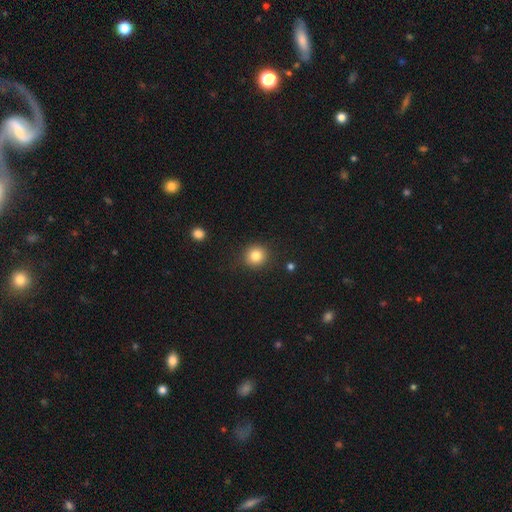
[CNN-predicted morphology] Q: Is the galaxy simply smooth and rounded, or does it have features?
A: smooth — 84%.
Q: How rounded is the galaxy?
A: round — 90%.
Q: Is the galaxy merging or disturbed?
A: none — 89%.